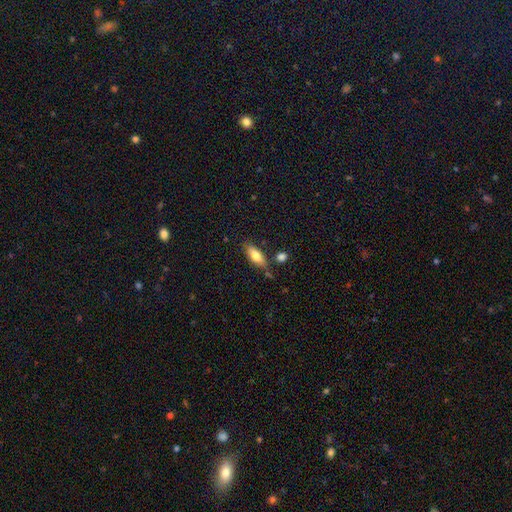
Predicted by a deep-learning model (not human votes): smooth-or-featured: smooth: 77% | featured or disk: 16% | star or artifact: 7%
  how-rounded: in between: 76% | cigar-shaped: 22% | round: 2%
  merging: none: 71% | minor disturbance: 17% | merger: 8% | major disturbance: 4%